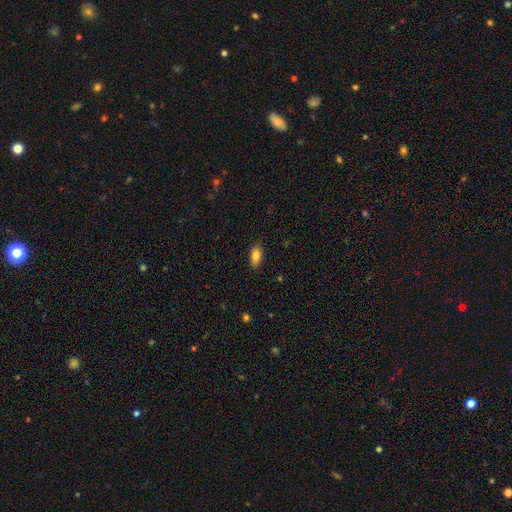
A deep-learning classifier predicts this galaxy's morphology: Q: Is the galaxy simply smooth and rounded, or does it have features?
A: smooth — 87%.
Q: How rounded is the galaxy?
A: in between — 90%.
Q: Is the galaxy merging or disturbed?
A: none — 86%.